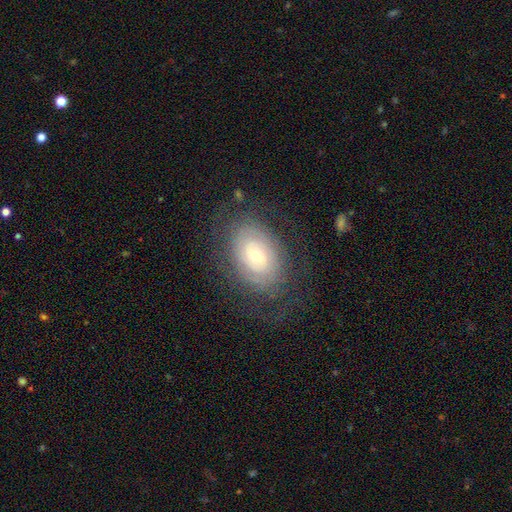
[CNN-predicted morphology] smooth-or-featured: featured or disk: 64% | smooth: 28% | star or artifact: 8%
  disk-edge-on: no: 94% | yes: 6%
    bar: no: 78% | weak: 18% | strong: 4%
    has-spiral-arms: yes: 73% | no: 27%
    bulge-size: small: 57% | moderate: 37% | large: 3% | dominant: 1% | none: 1%
  merging: none: 70% | minor disturbance: 17% | major disturbance: 12% | merger: 1%